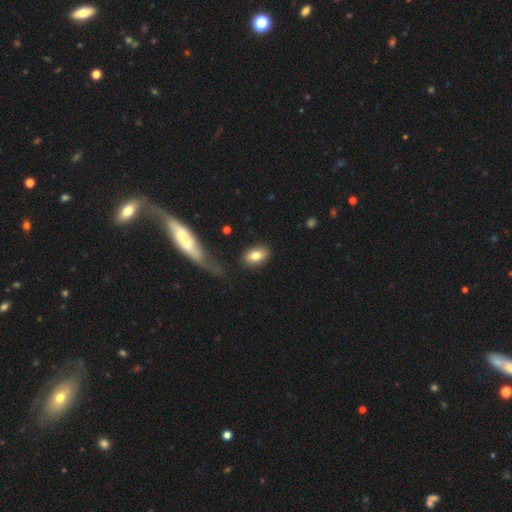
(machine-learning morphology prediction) A smooth galaxy with no disk features (78%) that is in between round and cigar-shaped (86%).

Vote fractions:
- Smooth or featured? smooth: 78% / featured or disk: 15% / star or artifact: 7%
- How rounded? in between: 86% / round: 10% / cigar-shaped: 4%
- Merging? none: 83% / minor disturbance: 10% / major disturbance: 4% / merger: 3%